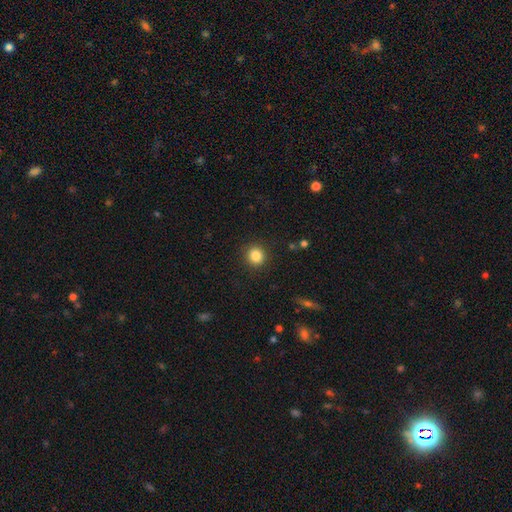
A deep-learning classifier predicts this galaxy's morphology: Smooth or featured: smooth — 84% (star or artifact — 11%)
How rounded: round — 90% (in between — 9%)
Merging: none — 91% (minor disturbance — 6%)